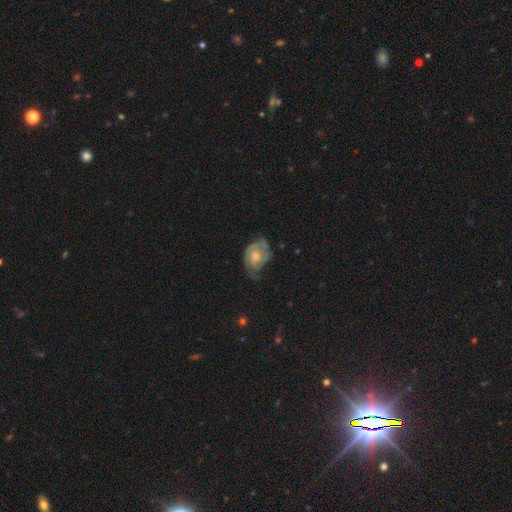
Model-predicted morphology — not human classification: A featured or disk galaxy (67%) with no bar (69%), 2 (43%) tight (45%) spiral arms (82%) and a moderate central bulge (41%).

Vote fractions:
- Smooth or featured? featured or disk: 67% / smooth: 27% / star or artifact: 7%
- Edge-on disk? no: 97% / yes: 3%
- Bar? no: 69% / weak: 27% / strong: 4%
- Spiral arms? yes: 82% / no: 18%
- Spiral winding? tight: 45% / medium: 38% / loose: 17%
- Spiral arm count? 2: 43% / can't tell: 29% / 1: 15% / 3: 8% / 4: 3% / more than 4: 2%
- Bulge size? moderate: 41% / small: 33% / none: 15% / large: 10% / dominant: 2%
- Merging? none: 39% / minor disturbance: 31% / major disturbance: 28% / merger: 2%